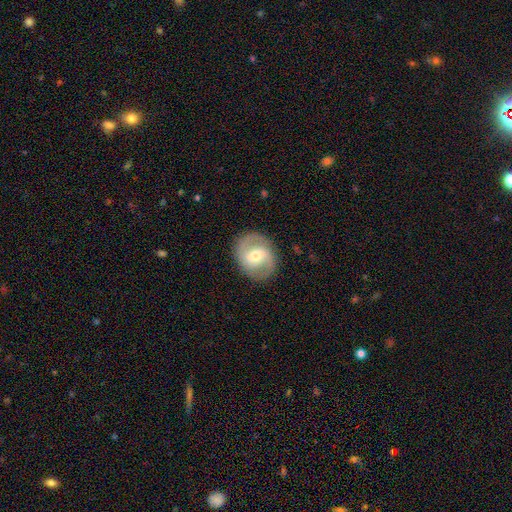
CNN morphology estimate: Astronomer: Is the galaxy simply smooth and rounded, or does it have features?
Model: featured or disk — 74%.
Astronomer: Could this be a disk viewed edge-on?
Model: no — 97%.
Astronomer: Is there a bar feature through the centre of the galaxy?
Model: weak — 49% (runner-up: no, 26%).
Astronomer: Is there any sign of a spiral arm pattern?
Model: yes — 87%.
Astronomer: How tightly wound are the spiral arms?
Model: medium — 51% (runner-up: tight, 27%).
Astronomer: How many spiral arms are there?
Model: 2 — 88%.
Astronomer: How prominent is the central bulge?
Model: moderate — 59% (runner-up: small, 35%).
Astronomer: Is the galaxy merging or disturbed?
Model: none — 85%.